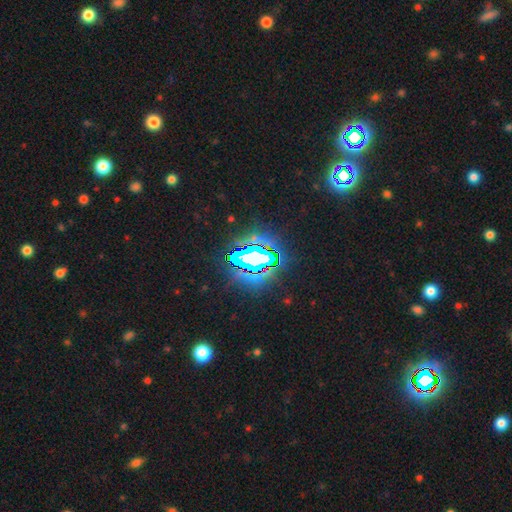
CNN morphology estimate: This is likely a star or artifact rather than a galaxy (76%).